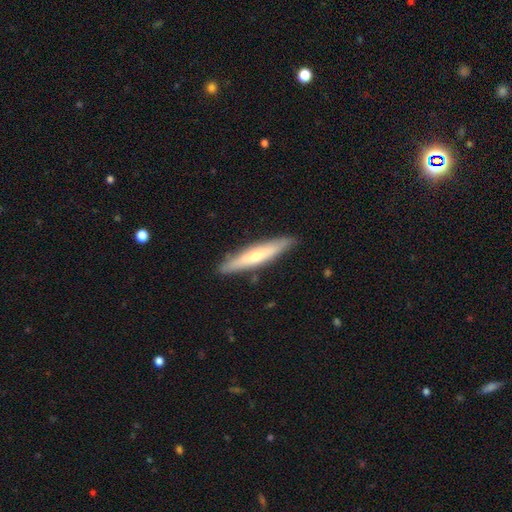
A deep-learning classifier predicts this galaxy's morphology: Q: Smooth or featured?
A: featured or disk (48%); runner-up: smooth (44%)
Q: Merging?
A: none (89%); runner-up: minor disturbance (8%)